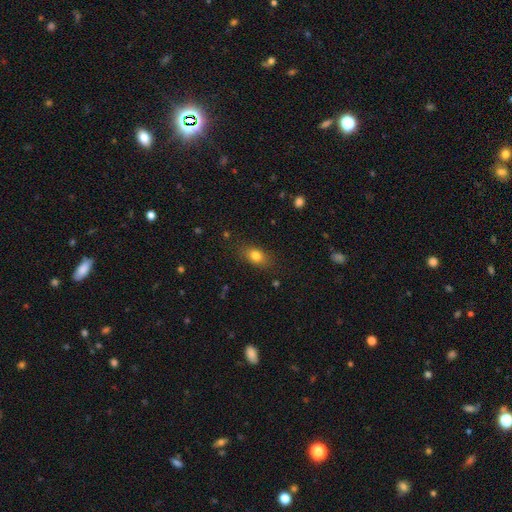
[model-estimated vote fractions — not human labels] Morphology: type=smooth (80%); roundness=in between (77%); merging=none (82%).